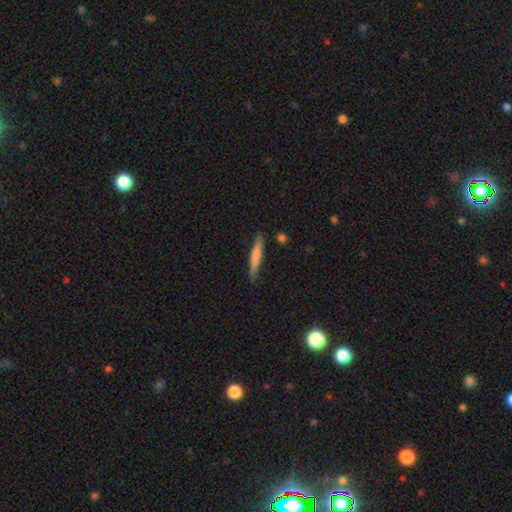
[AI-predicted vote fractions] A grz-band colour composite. It shows a smooth galaxy with no disk features (72%) that is cigar-shaped (93%). Merging: none (84%).